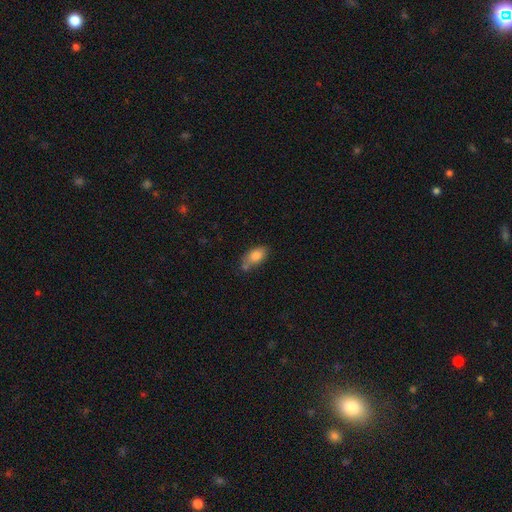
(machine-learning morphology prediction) Smooth or featured: smooth — 81% (featured or disk — 11%)
How rounded: in between — 88% (round — 6%)
Merging: none — 57% (minor disturbance — 22%)